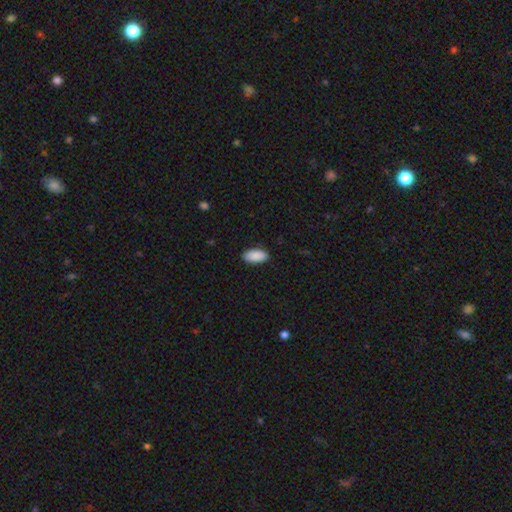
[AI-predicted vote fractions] Smooth or featured?
  - smooth: 91% *
  - star or artifact: 6%
  - featured or disk: 3%
How rounded?
  - in between: 93% *
  - cigar-shaped: 5%
  - round: 2%
Merging?
  - none: 88% *
  - minor disturbance: 9%
  - major disturbance: 2%
  - merger: 1%